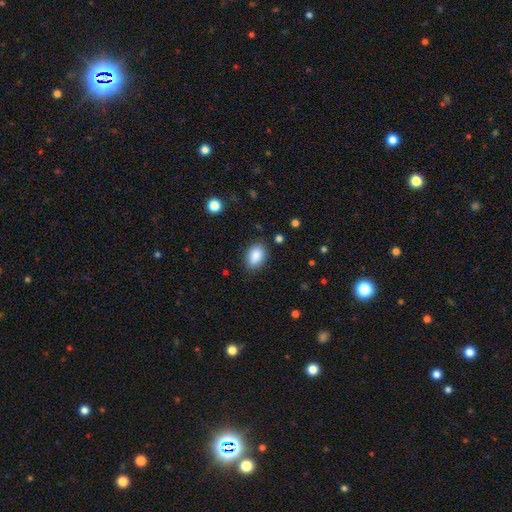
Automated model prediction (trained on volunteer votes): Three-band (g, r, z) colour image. It shows a smooth galaxy with no disk features (88%) that is in between round and cigar-shaped (87%). Merging: none (84%).